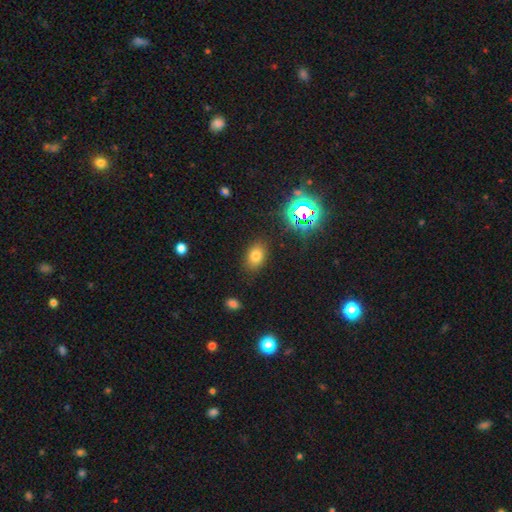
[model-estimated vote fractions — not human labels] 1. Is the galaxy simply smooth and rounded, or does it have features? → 73% smooth, 18% star or artifact, 9% featured or disk.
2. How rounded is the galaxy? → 80% in between, 19% round, 1% cigar-shaped.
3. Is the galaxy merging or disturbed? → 85% none, 10% minor disturbance, 3% major disturbance, 2% merger.